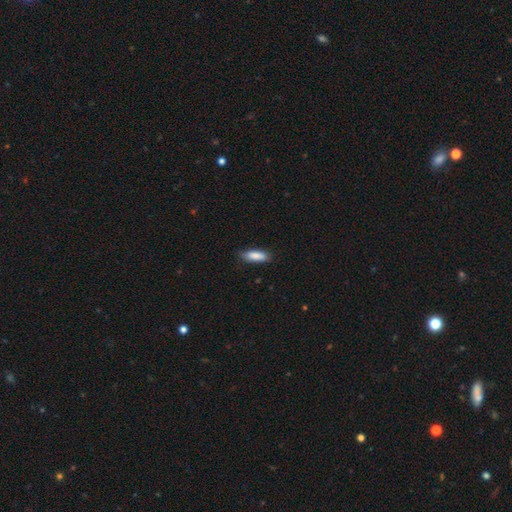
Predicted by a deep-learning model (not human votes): Overall: smooth (86%). How rounded: in between (59%; cigar-shaped 40%). Merging: none (81%).